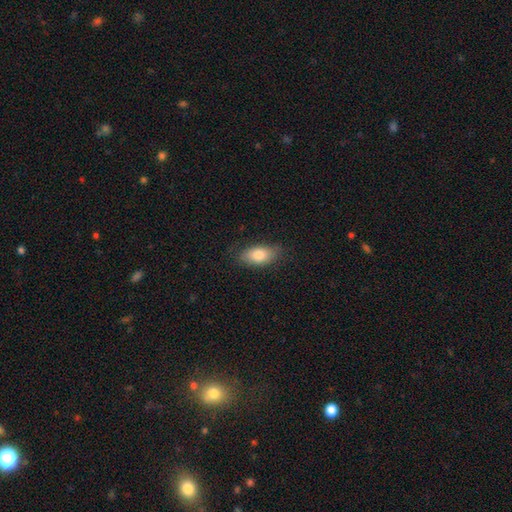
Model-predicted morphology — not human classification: A smooth galaxy with no disk features (80%) that is in between round and cigar-shaped (88%). Merging: none (82%).